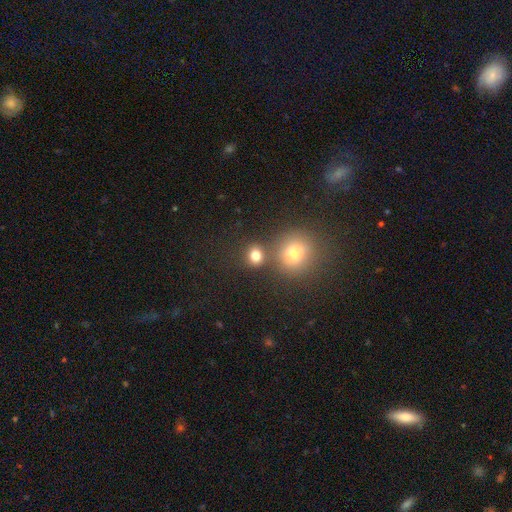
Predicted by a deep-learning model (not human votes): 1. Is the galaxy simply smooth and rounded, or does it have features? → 79% smooth, 15% star or artifact, 6% featured or disk.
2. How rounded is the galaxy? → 78% round, 21% in between, 1% cigar-shaped.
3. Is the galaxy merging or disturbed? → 70% none, 18% merger, 8% minor disturbance, 4% major disturbance.